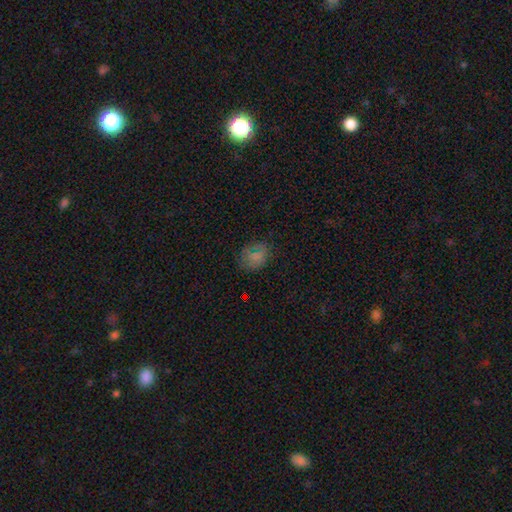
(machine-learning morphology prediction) Smooth or featured?
  - smooth: 70% *
  - star or artifact: 19%
  - featured or disk: 11%
How rounded?
  - in between: 54% *
  - round: 45%
  - cigar-shaped: 1%
Merging?
  - none: 74% *
  - minor disturbance: 18%
  - major disturbance: 6%
  - merger: 1%